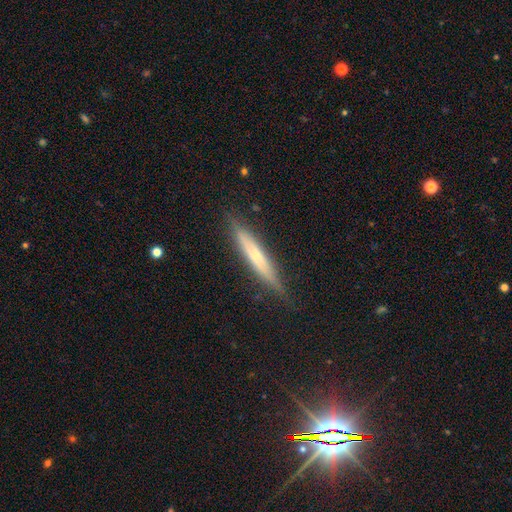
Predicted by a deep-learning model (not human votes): Overall: smooth (49%; featured or disk 44%). Merging: none (86%).